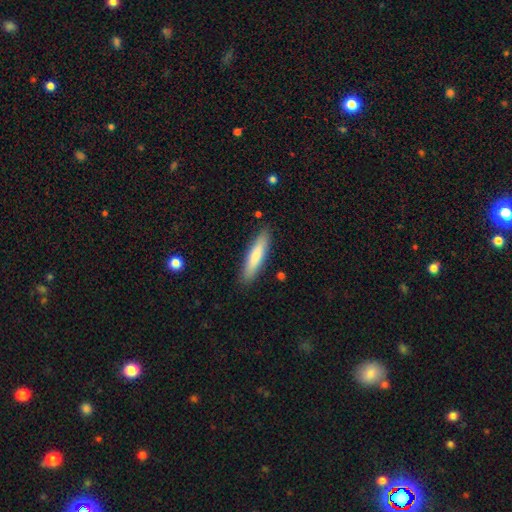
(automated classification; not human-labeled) smooth_or_featured: smooth (p=0.77) [alt: featured or disk p=0.18]
how_rounded: cigar-shaped (p=0.80) [alt: in between p=0.19]
merging: none (p=0.88) [alt: minor disturbance p=0.09]